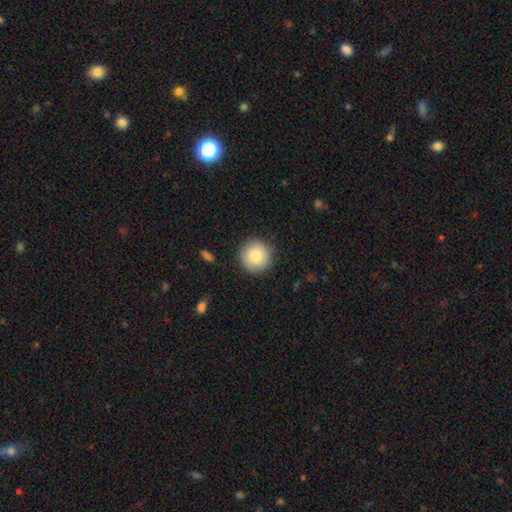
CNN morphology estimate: type=smooth (84%); roundness=round (95%); merging=none (90%).